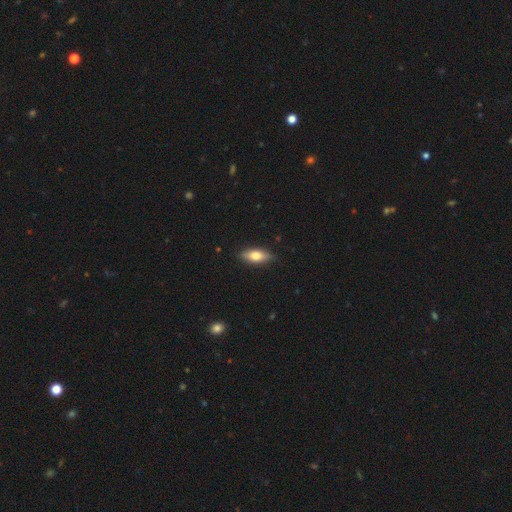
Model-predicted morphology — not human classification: type=smooth (59%); roundness=in between (68%); merging=none (86%).